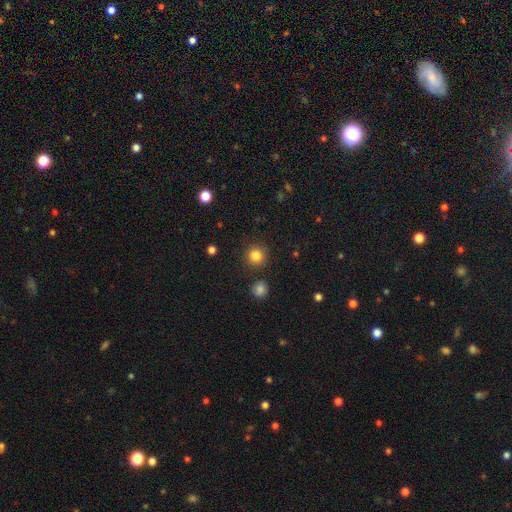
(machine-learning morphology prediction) Smooth or featured? Predicted: smooth (p=0.84). How rounded? Predicted: round (p=0.94). Merging? Predicted: none (p=0.90).